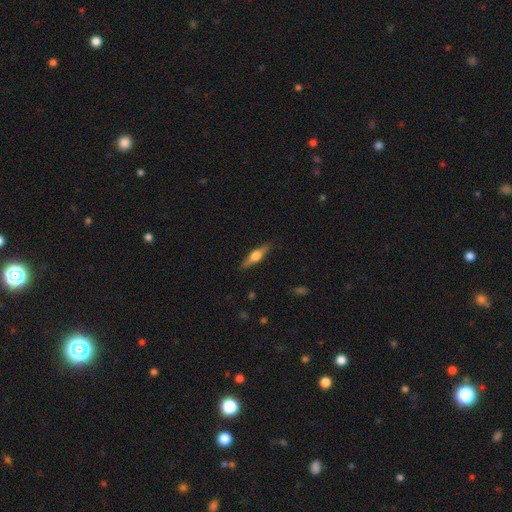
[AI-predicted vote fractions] Morphology: type=featured or disk (53%); edge-on=yes (94%); edge-on bulge=rounded (90%); merging=none (87%).